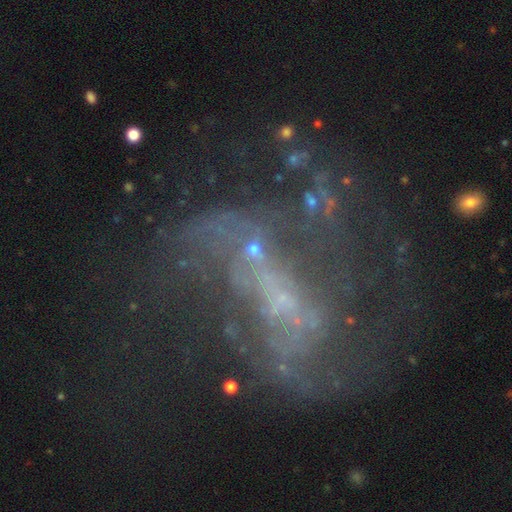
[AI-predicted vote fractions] This is likely a featured or disk galaxy (72%). It is clearly not viewed edge-on (97%). Bar: marginally no (43%). Spiral arm pattern: likely yes (69%). Central bulge: marginally none (44%). Merging: marginally none (42%).